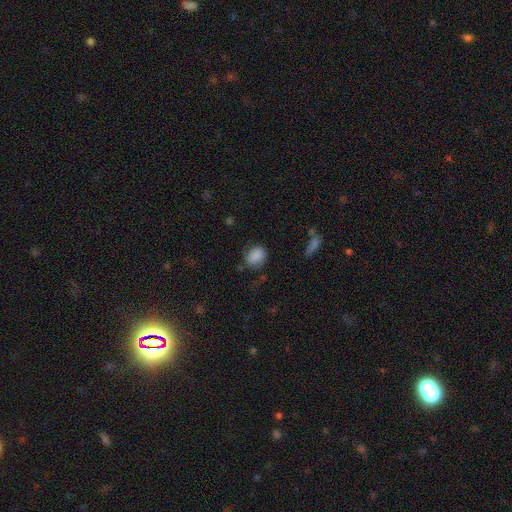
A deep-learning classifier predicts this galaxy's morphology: type=smooth (86%); roundness=in between (50%); merging=none (68%).